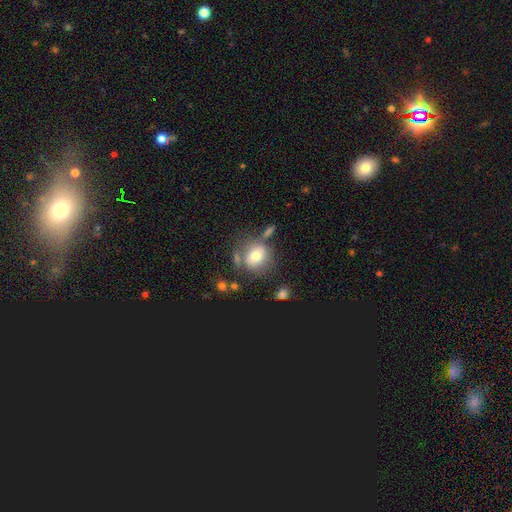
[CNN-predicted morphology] Overall: smooth (71%). How rounded: round (70%). Merging: none (57%; minor disturbance 18%).